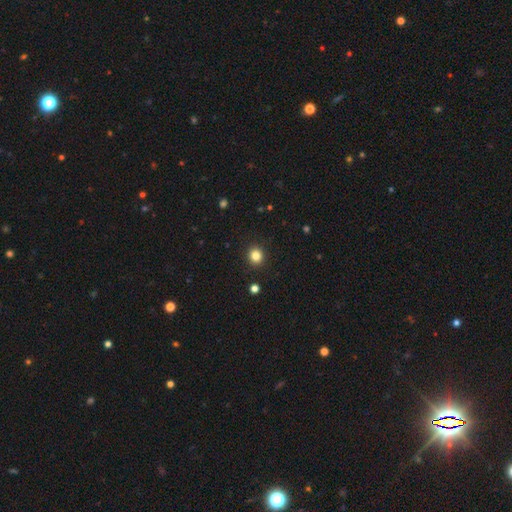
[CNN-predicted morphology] Smooth or featured?
  - smooth: 82% *
  - star or artifact: 12%
  - featured or disk: 5%
How rounded?
  - round: 85% *
  - in between: 15%
  - cigar-shaped: 1%
Merging?
  - none: 92% *
  - minor disturbance: 5%
  - major disturbance: 2%
  - merger: 1%